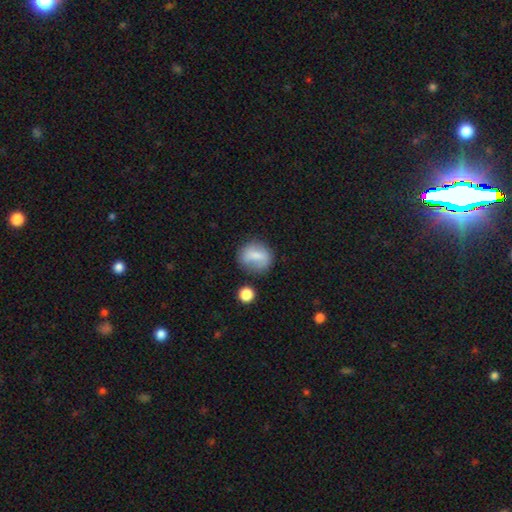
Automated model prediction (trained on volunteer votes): smooth_or_featured: smooth (p=0.70) [alt: featured or disk p=0.21]
how_rounded: round (p=0.71) [alt: in between p=0.27]
merging: none (p=0.62) [alt: minor disturbance p=0.23]